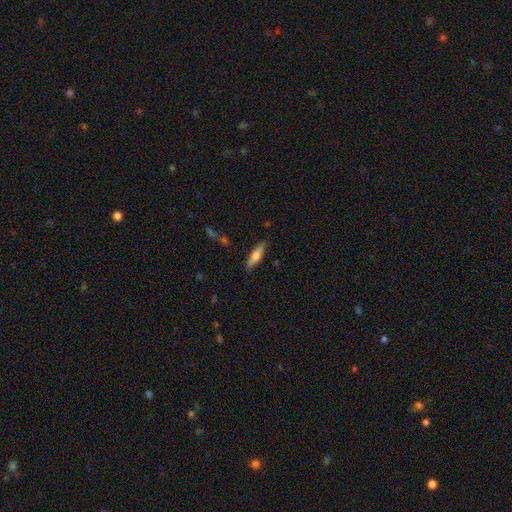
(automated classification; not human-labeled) A smooth galaxy with no disk features (57%) that is cigar-shaped (67%).

Vote fractions:
- Smooth or featured? smooth: 57% / featured or disk: 36% / star or artifact: 6%
- How rounded? cigar-shaped: 67% / in between: 31% / round: 2%
- Merging? none: 85% / minor disturbance: 11% / major disturbance: 2% / merger: 2%